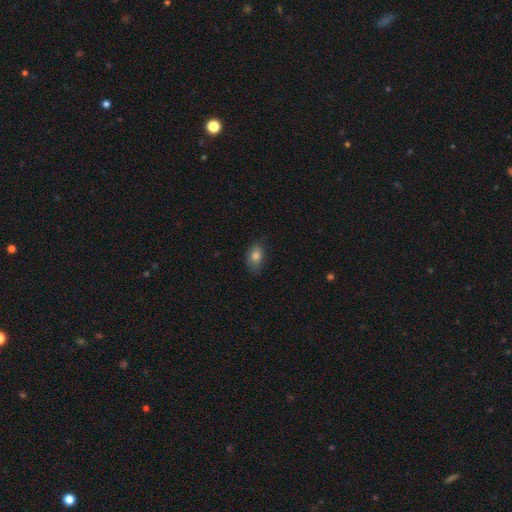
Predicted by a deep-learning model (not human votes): Smooth or featured?
  - smooth: 81% *
  - star or artifact: 10%
  - featured or disk: 9%
How rounded?
  - in between: 82% *
  - round: 16%
  - cigar-shaped: 2%
Merging?
  - none: 73% *
  - minor disturbance: 22%
  - major disturbance: 4%
  - merger: 1%